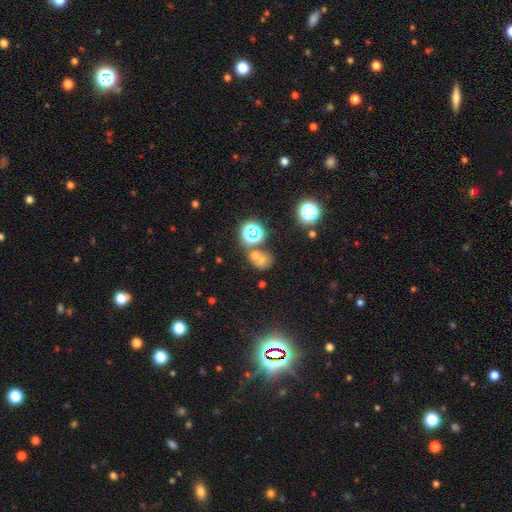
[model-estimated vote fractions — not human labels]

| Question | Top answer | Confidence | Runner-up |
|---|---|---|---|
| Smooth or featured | smooth | 50% | star or artifact (37%) |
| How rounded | round | 66% | in between (32%) |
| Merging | none | 47% | merger (38%) |